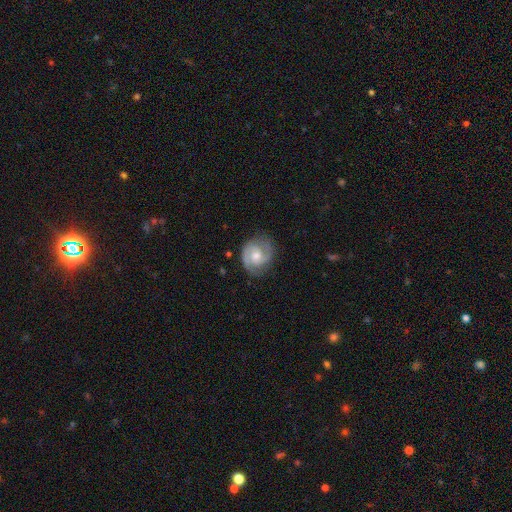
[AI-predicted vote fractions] A featured or disk galaxy (82%) with no bar (56%), 2 (88%) medium (46%) spiral arms (96%) and a moderate central bulge (62%).

Vote fractions:
- Smooth or featured? featured or disk: 82% / smooth: 12% / star or artifact: 6%
- Edge-on disk? no: 98% / yes: 2%
- Bar? no: 56% / weak: 37% / strong: 7%
- Spiral arms? yes: 96% / no: 4%
- Spiral winding? medium: 46% / tight: 44% / loose: 10%
- Spiral arm count? 2: 88% / can't tell: 5% / 3: 3% / 1: 2% / 4: 1% / more than 4: 1%
- Bulge size? moderate: 62% / small: 30% / large: 5% / none: 2% / dominant: 1%
- Merging? none: 80% / minor disturbance: 15% / major disturbance: 4% / merger: 1%